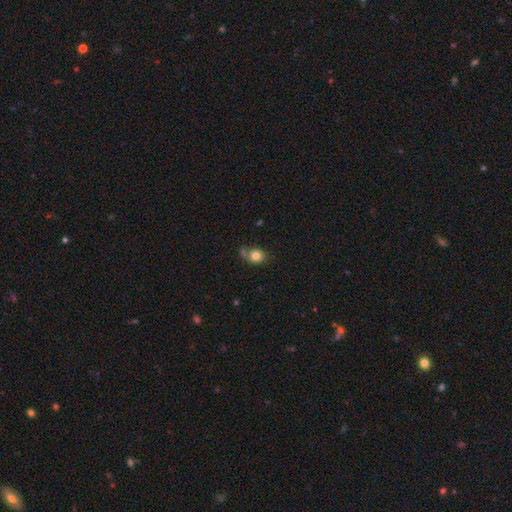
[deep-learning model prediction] Overall: smooth (82%). How rounded: round (70%). Merging: none (59%).